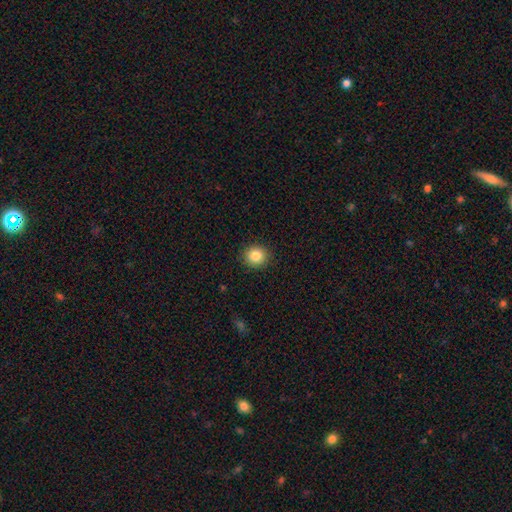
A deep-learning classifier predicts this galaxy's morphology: This appears to be a smooth galaxy with no disk features (84%) that is round (86%). Merging: none (92%).